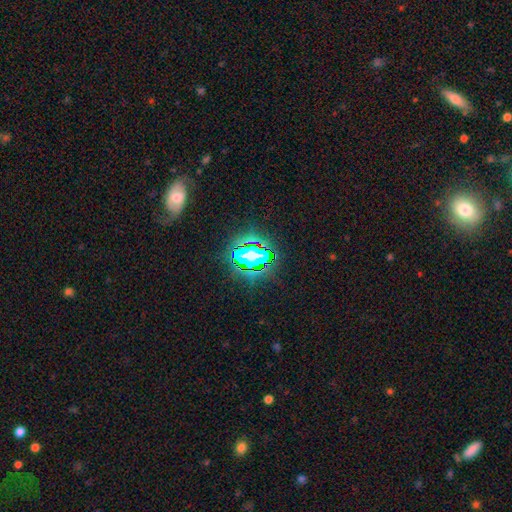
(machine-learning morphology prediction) A star or artifact, not a galaxy (67%).